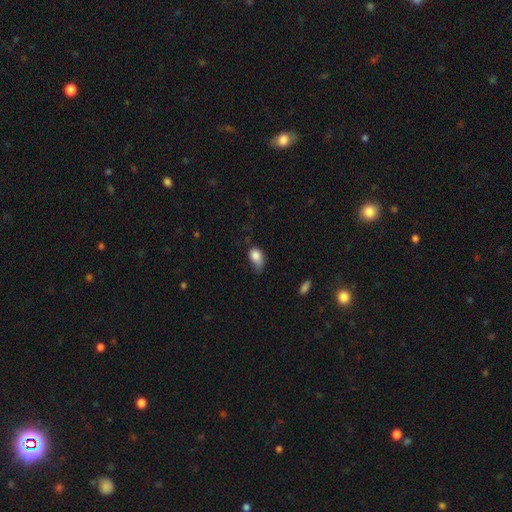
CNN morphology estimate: Smooth or featured? smooth (84%)
How rounded? in between (82%)
Merging? minor disturbance (45%)